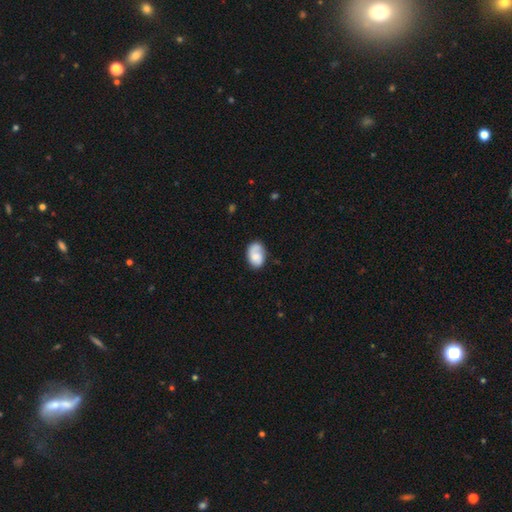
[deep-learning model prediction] Smooth or featured?
  - smooth: 61% *
  - featured or disk: 32%
  - star or artifact: 7%
How rounded?
  - in between: 82% *
  - round: 17%
  - cigar-shaped: 1%
Merging?
  - none: 62% *
  - minor disturbance: 26%
  - major disturbance: 8%
  - merger: 5%